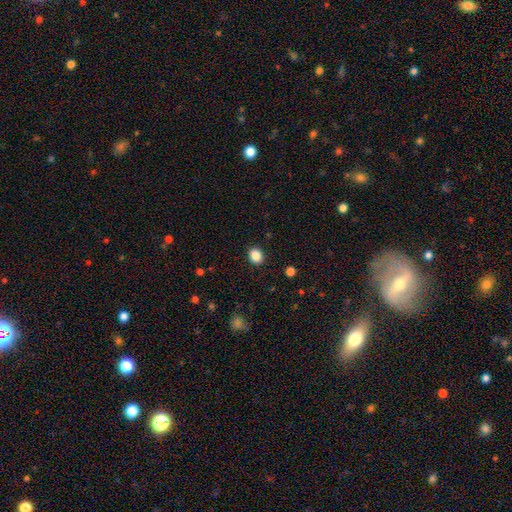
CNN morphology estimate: The model was most divided on "how rounded": round: 52%, in between: 47%, cigar-shaped: 1%. More confident: merging — none (90%); smooth or featured — smooth (87%).